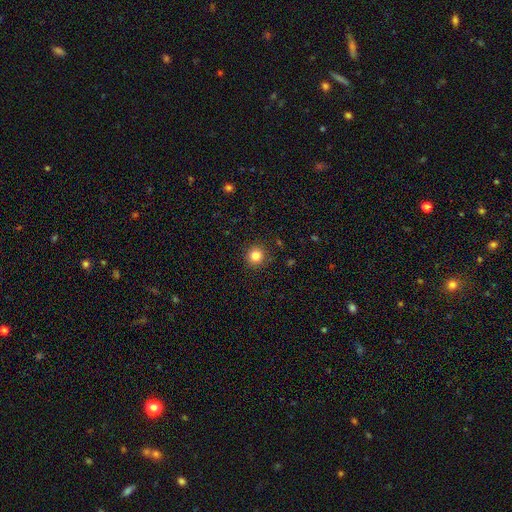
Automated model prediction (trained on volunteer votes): Smooth or featured? smooth (84%)
How rounded? round (94%)
Merging? none (89%)